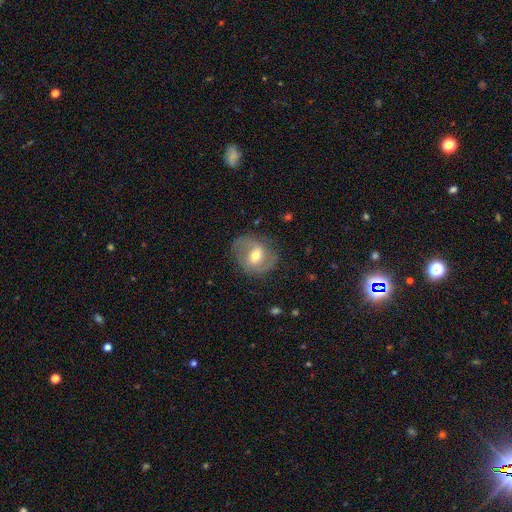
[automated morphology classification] Smooth or featured: featured or disk — 67% (smooth — 26%)
Edge-on disk: no — 97% (yes — 3%)
Bar: weak — 49% (no — 28%)
Spiral arms: yes — 82% (no — 18%)
Spiral winding: medium — 48% (loose — 28%)
Spiral arm count: 2 — 81% (can't tell — 9%)
Bulge size: moderate — 68% (small — 24%)
Merging: none — 73% (minor disturbance — 17%)